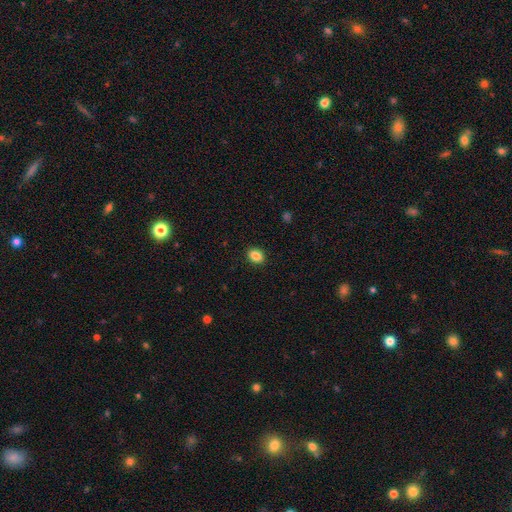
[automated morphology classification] The model was most divided on "how rounded": in between: 63%, round: 36%, cigar-shaped: 1%. More confident: merging — none (90%); smooth or featured — smooth (86%).